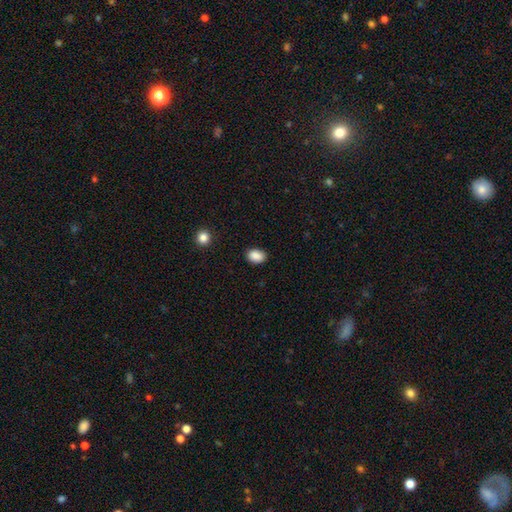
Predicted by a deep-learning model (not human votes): Smooth or featured? Predicted: smooth (p=0.89). How rounded? Predicted: in between (p=0.74). Merging? Predicted: none (p=0.87).